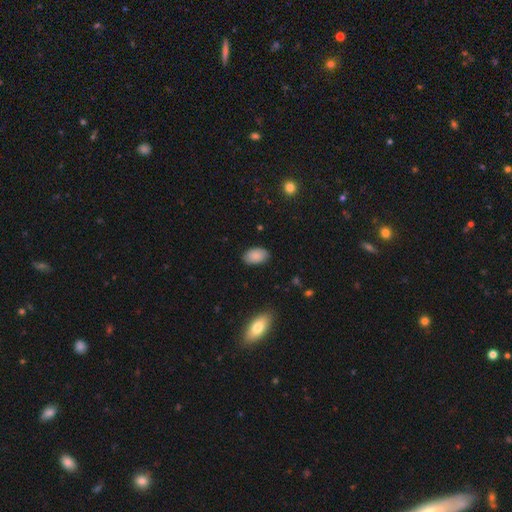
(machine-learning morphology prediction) type=smooth (87%); roundness=in between (93%); merging=none (86%).